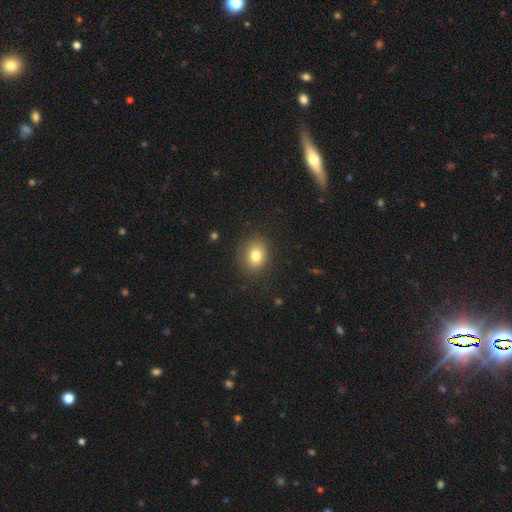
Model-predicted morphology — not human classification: smooth 80%, star or artifact 11%, featured or disk 10%. Down the decision tree: how rounded — round (50%); merging — none (85%).